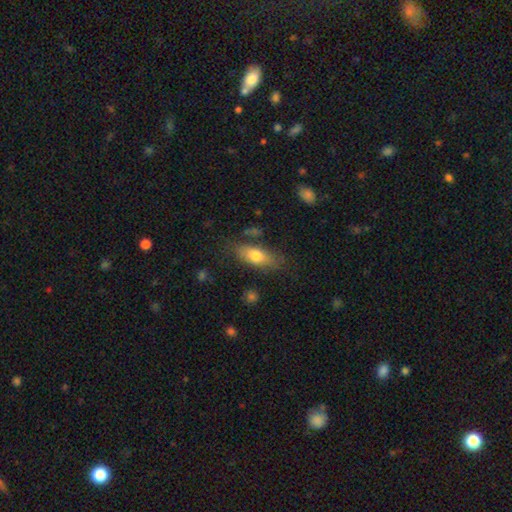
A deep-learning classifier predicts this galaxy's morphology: Smooth or featured? smooth (72%)
How rounded? in between (76%)
Merging? none (72%)